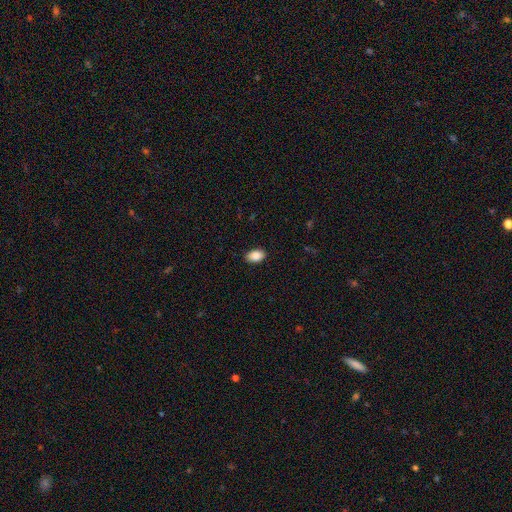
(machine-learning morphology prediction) smooth-or-featured: smooth: 87% | star or artifact: 8% | featured or disk: 5%
  how-rounded: in between: 89% | round: 9% | cigar-shaped: 1%
  merging: none: 89% | minor disturbance: 8% | major disturbance: 2% | merger: 1%